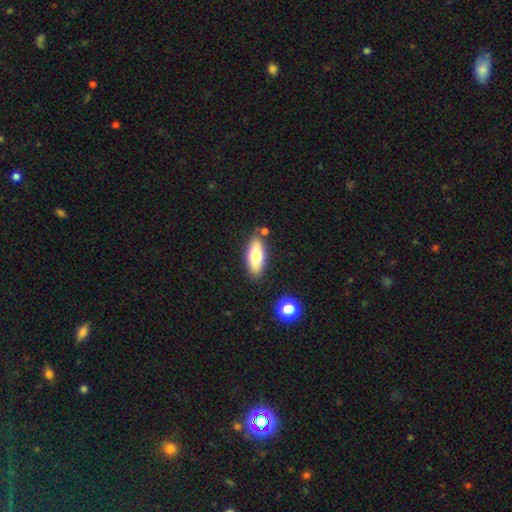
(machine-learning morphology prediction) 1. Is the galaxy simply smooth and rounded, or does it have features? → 67% smooth, 27% featured or disk, 7% star or artifact.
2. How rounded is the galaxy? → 71% in between, 26% cigar-shaped, 3% round.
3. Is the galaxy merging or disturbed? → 83% none, 10% minor disturbance, 4% merger, 2% major disturbance.